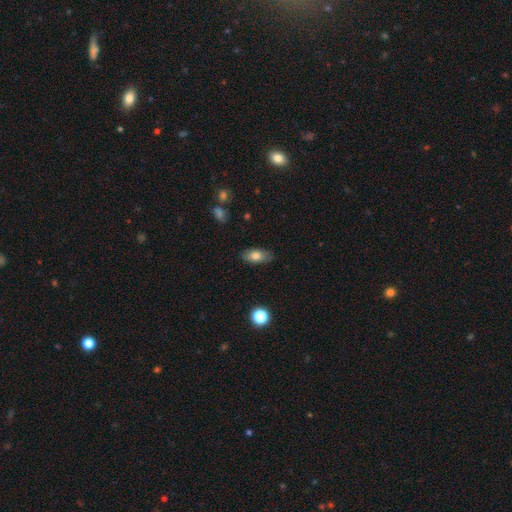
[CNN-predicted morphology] This appears to be a smooth galaxy with no disk features (78%) that is in between round and cigar-shaped (89%). Merging: none (84%).